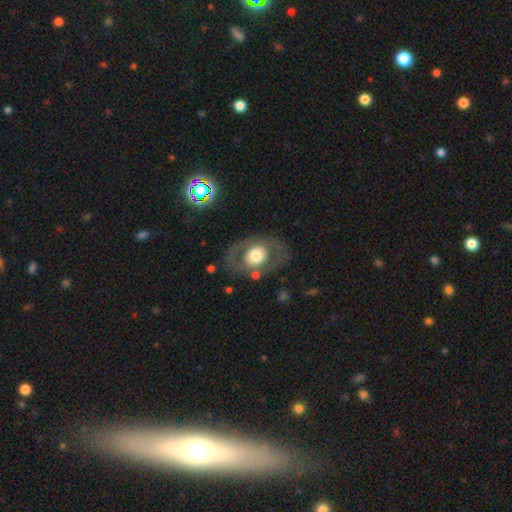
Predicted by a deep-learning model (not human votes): This is possibly a featured or disk galaxy (48%). Merging: likely none (74%).